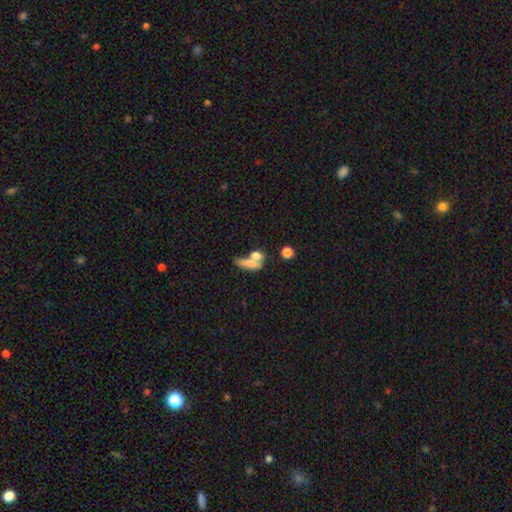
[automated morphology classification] smooth_or_featured: smooth (p=0.70) [alt: featured or disk p=0.19]
how_rounded: in between (p=0.46) [alt: cigar-shaped p=0.36]
merging: merger (p=0.47) [alt: none p=0.35]